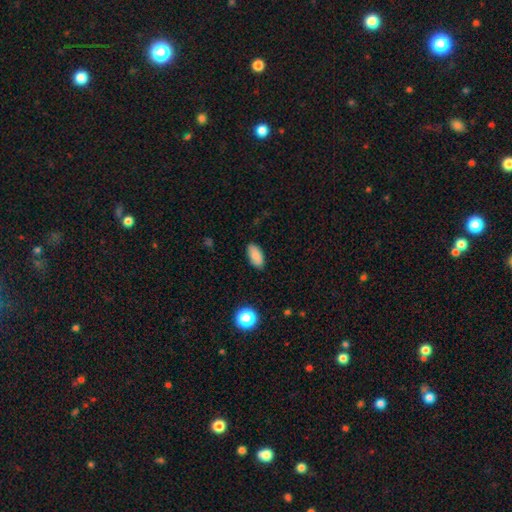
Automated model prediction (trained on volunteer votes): smooth_or_featured: smooth (p=0.87) [alt: star or artifact p=0.08]
how_rounded: in between (p=0.92) [alt: cigar-shaped p=0.05]
merging: none (p=0.88) [alt: minor disturbance p=0.09]